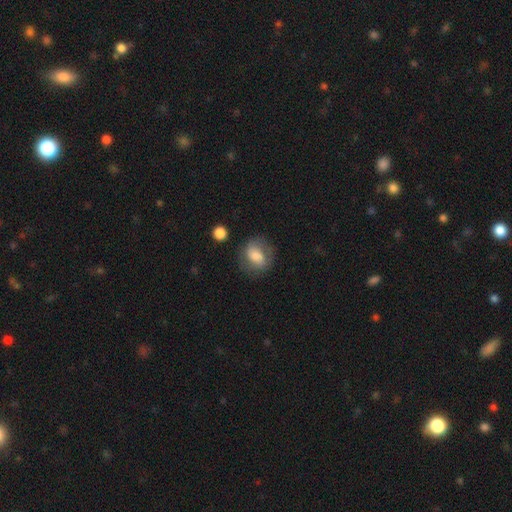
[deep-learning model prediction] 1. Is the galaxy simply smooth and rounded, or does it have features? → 66% smooth, 26% featured or disk, 8% star or artifact.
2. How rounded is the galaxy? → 49% in between (tied), 49% round (tied), 2% cigar-shaped.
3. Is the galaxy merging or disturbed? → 67% none, 20% minor disturbance, 10% major disturbance, 3% merger.